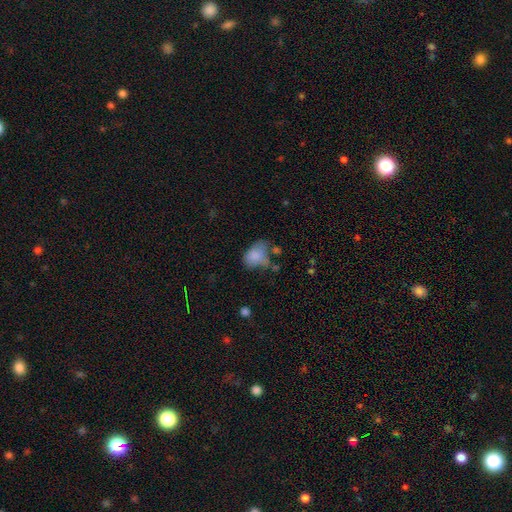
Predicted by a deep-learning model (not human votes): The model was most divided on "merging": none: 34%, minor disturbance: 33%, major disturbance: 21%, merger: 12%. More confident: smooth or featured — smooth (78%); how rounded — in between (76%).